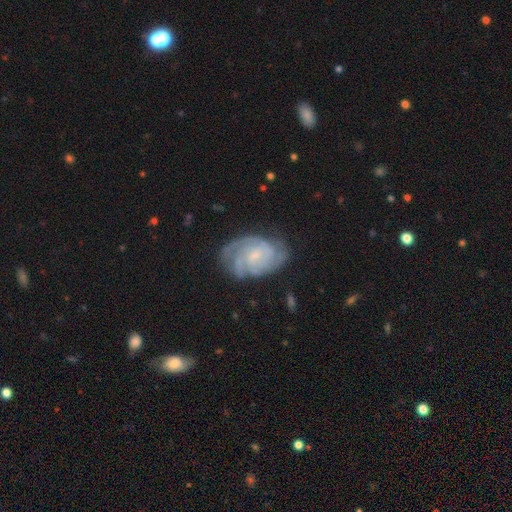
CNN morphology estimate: type=featured or disk (84%); edge-on=no (98%); bar=no (50%); spiral arms=yes (96%); winding=tight (63%); arm count=3 (29%); bulge=small (60%); merging=none (71%).